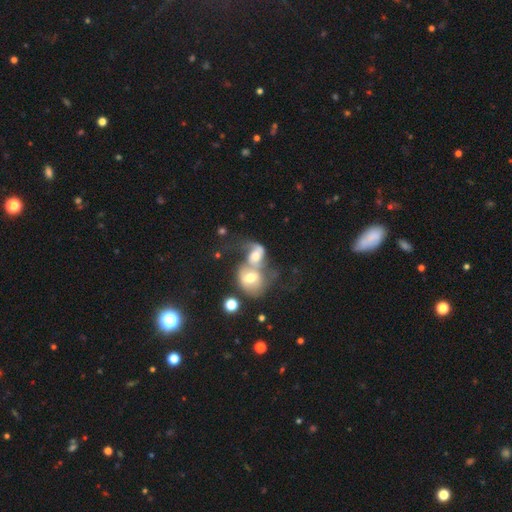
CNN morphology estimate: type=featured or disk (53%); edge-on=no (96%); bar=no (57%); spiral arms=yes (66%); bulge=moderate (62%); merging=merger (79%).